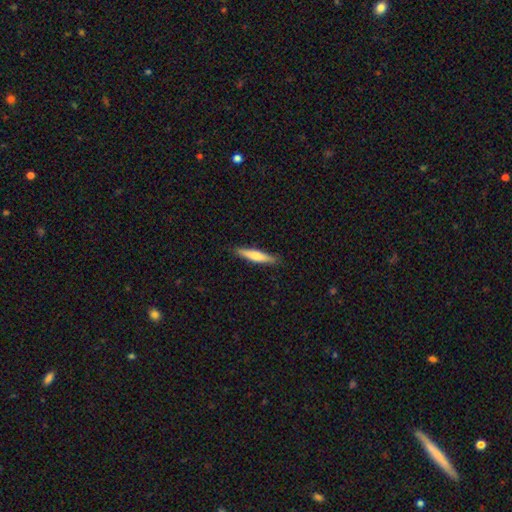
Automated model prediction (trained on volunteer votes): The model was most divided on "smooth or featured": smooth: 62%, featured or disk: 33%, star or artifact: 5%. More confident: merging — none (88%); how rounded — cigar-shaped (88%).